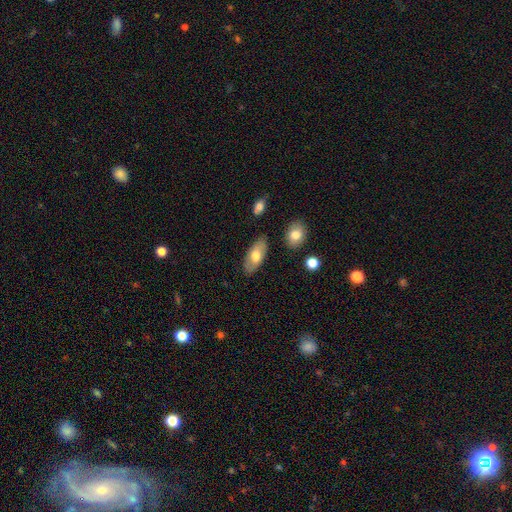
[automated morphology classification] smooth_or_featured: smooth (p=0.64) [alt: featured or disk p=0.30]
how_rounded: in between (p=0.91) [alt: cigar-shaped p=0.06]
merging: none (p=0.83) [alt: minor disturbance p=0.12]